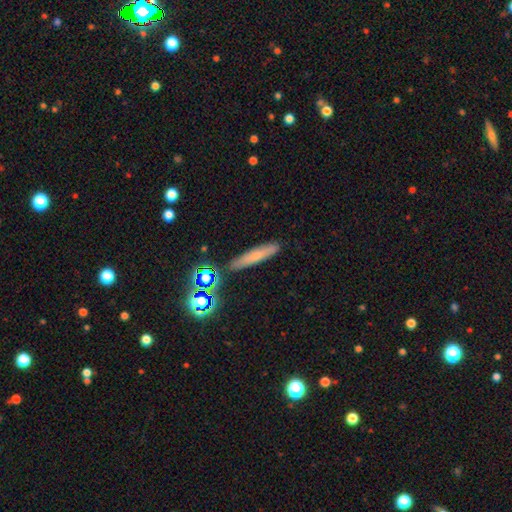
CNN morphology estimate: smooth-or-featured: smooth: 61% | featured or disk: 25% | star or artifact: 14%
  how-rounded: cigar-shaped: 85% | in between: 11% | round: 4%
  merging: none: 83% | minor disturbance: 11% | merger: 3% | major disturbance: 3%